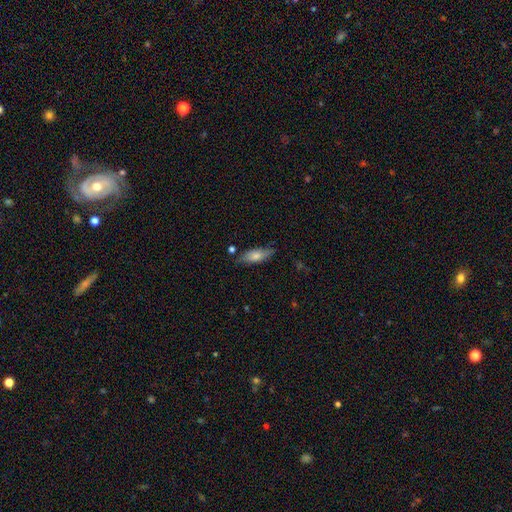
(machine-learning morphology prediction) Smooth or featured?
  - smooth: 69% *
  - featured or disk: 24%
  - star or artifact: 7%
How rounded?
  - in between: 55% *
  - cigar-shaped: 42%
  - round: 2%
Merging?
  - none: 76% *
  - minor disturbance: 18%
  - major disturbance: 3%
  - merger: 3%